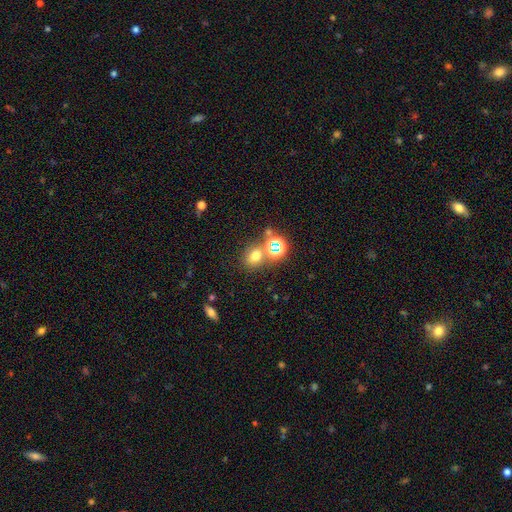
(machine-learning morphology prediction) smooth 63%, star or artifact 27%, featured or disk 9%. Down the decision tree: how rounded — round (63%); merging — none (66%).